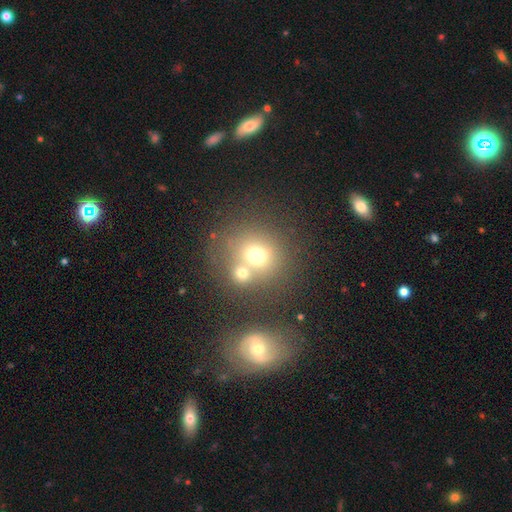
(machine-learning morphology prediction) This is likely a smooth galaxy (67%). How rounded: clearly round (83%). Merging: possibly merger (46%).